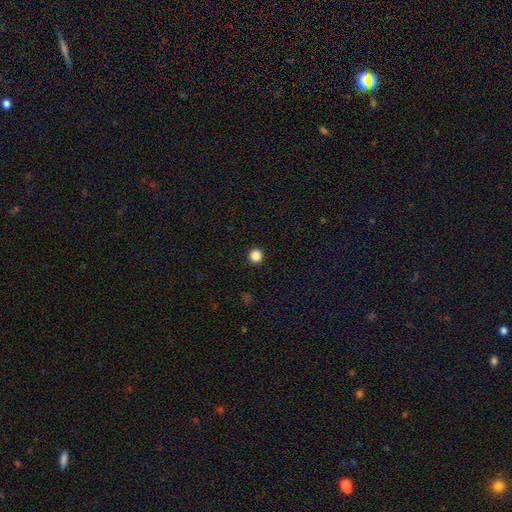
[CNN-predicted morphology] A smooth galaxy with no disk features (86%) that is round (93%).

Vote fractions:
- Smooth or featured? smooth: 86% / star or artifact: 11% / featured or disk: 3%
- How rounded? round: 93% / in between: 6% / cigar-shaped: 1%
- Merging? none: 93% / minor disturbance: 4% / major disturbance: 2% / merger: 1%